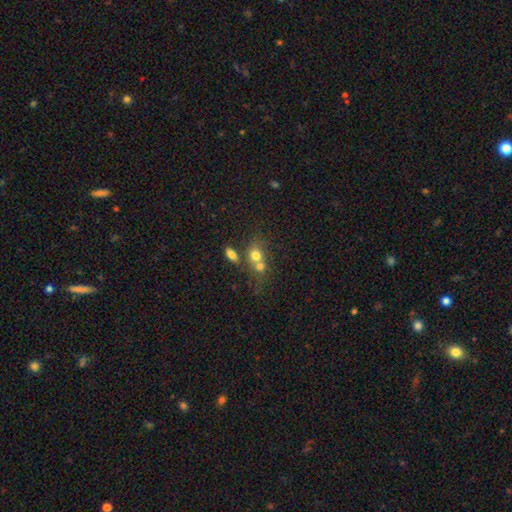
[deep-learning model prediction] This appears to be a smooth galaxy with no disk features (72%) that is round (58%). Merging: merger (58%).